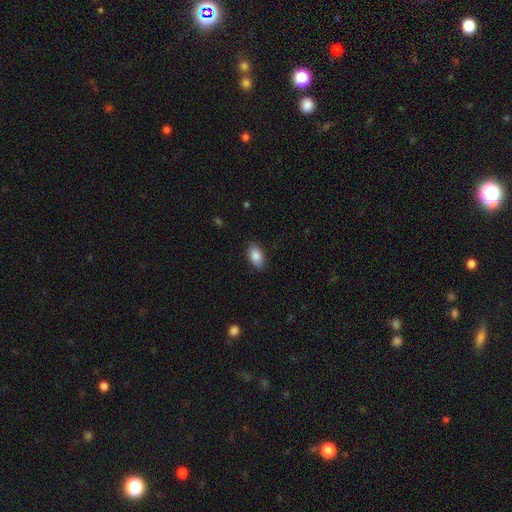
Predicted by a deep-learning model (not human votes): Smooth or featured: smooth — 87% (star or artifact — 7%)
How rounded: in between — 93% (round — 4%)
Merging: none — 85% (minor disturbance — 12%)